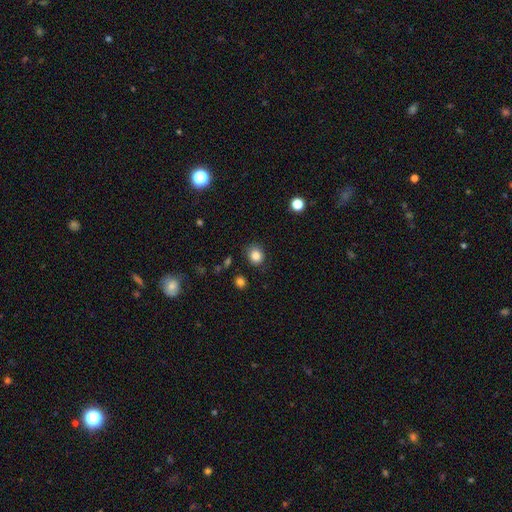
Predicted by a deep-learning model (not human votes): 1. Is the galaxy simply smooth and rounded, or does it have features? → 84% smooth, 10% star or artifact, 5% featured or disk.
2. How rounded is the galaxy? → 73% round, 26% in between, 1% cigar-shaped.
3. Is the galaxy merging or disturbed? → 84% none, 11% minor disturbance, 3% major disturbance, 2% merger.